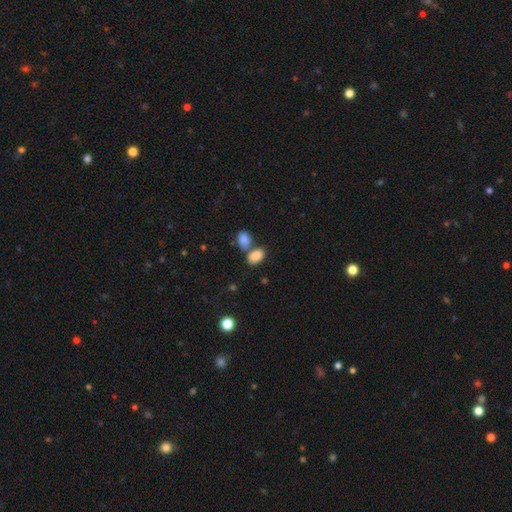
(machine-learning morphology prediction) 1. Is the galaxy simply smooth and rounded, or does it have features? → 86% smooth, 8% star or artifact, 6% featured or disk.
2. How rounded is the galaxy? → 88% in between, 10% round, 1% cigar-shaped.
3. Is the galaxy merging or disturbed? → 43% merger, 42% none, 11% minor disturbance, 4% major disturbance.